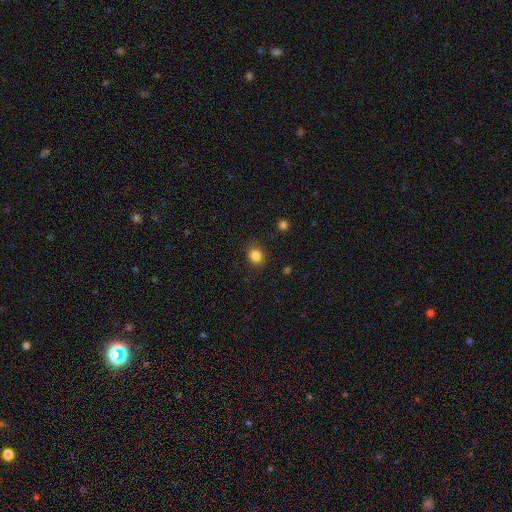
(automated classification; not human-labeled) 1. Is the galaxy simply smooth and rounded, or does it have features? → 85% smooth, 11% star or artifact, 4% featured or disk.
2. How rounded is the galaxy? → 71% round, 28% in between, 1% cigar-shaped.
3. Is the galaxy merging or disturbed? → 84% none, 12% minor disturbance, 3% major disturbance, 1% merger.